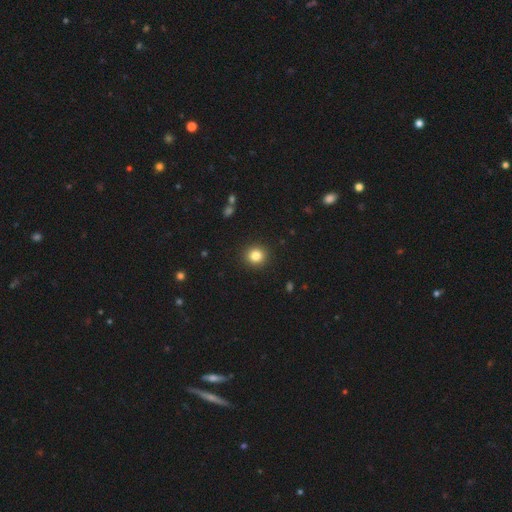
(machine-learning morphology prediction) Smooth or featured? Predicted: smooth (p=0.83). How rounded? Predicted: round (p=0.91). Merging? Predicted: none (p=0.92).